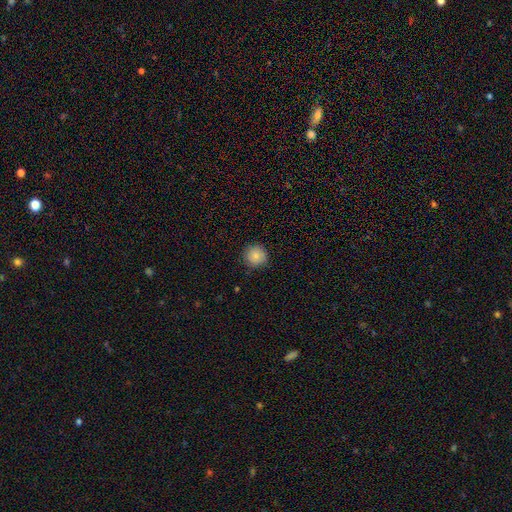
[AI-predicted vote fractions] Smooth or featured? smooth (86%)
How rounded? round (94%)
Merging? none (87%)